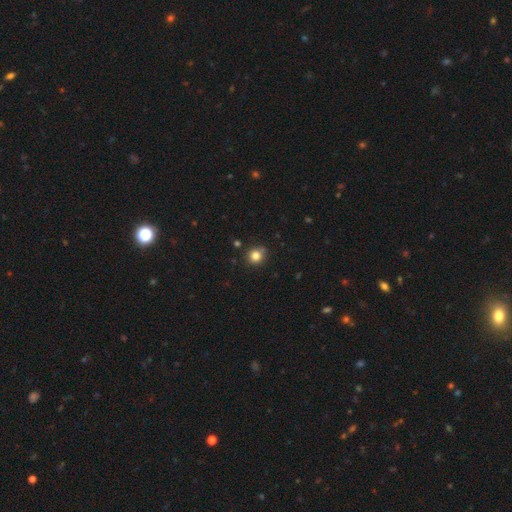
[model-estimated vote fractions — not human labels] smooth-or-featured: smooth: 81% | star or artifact: 13% | featured or disk: 6%
  how-rounded: round: 90% | in between: 9% | cigar-shaped: 1%
  merging: none: 80% | minor disturbance: 13% | merger: 4% | major disturbance: 3%